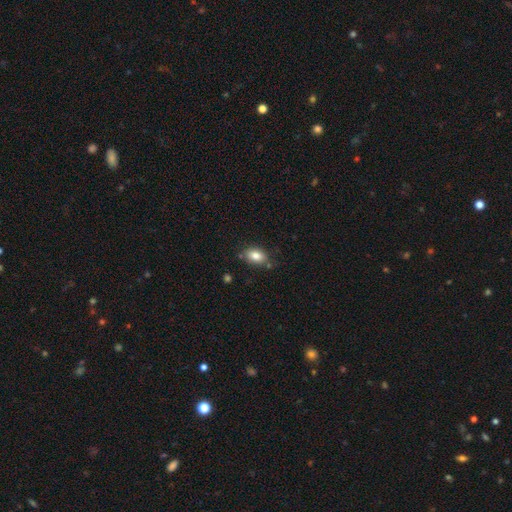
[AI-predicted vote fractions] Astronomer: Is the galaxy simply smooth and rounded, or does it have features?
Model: smooth — 82%.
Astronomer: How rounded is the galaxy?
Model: in between — 83%.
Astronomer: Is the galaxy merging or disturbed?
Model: none — 75%.